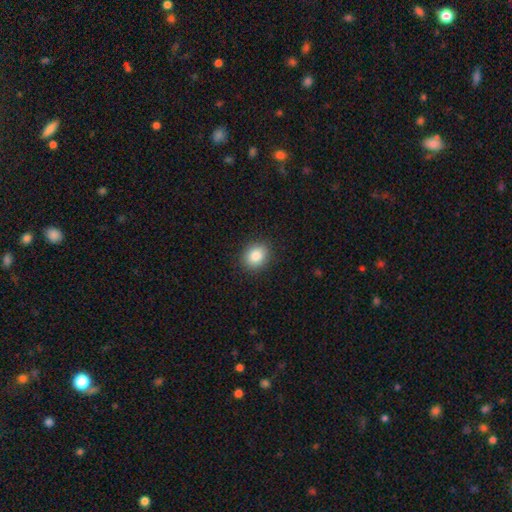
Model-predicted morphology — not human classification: Smooth or featured? smooth (86%)
How rounded? round (60%)
Merging? none (89%)